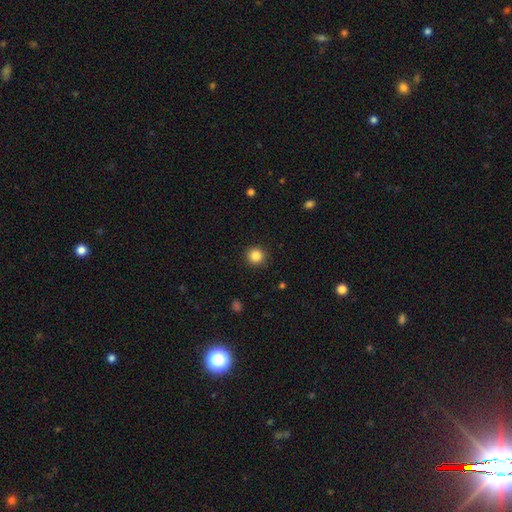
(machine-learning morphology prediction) This appears to be a smooth galaxy with no disk features (86%) that is round (94%). Merging: none (91%).